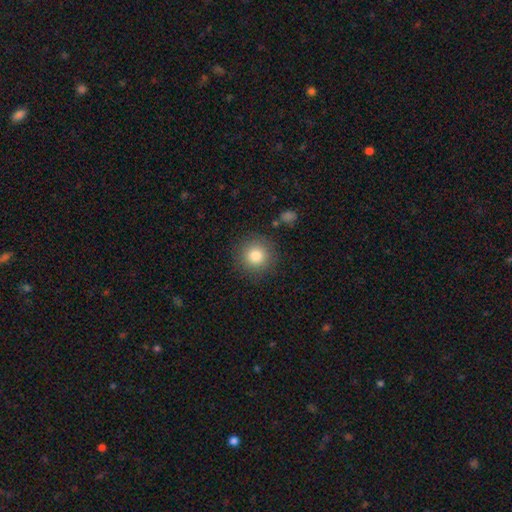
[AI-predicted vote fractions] Smooth or featured?
  - smooth: 81% *
  - star or artifact: 11%
  - featured or disk: 8%
How rounded?
  - round: 95% *
  - in between: 5%
  - cigar-shaped: 1%
Merging?
  - none: 88% *
  - minor disturbance: 7%
  - major disturbance: 3%
  - merger: 2%